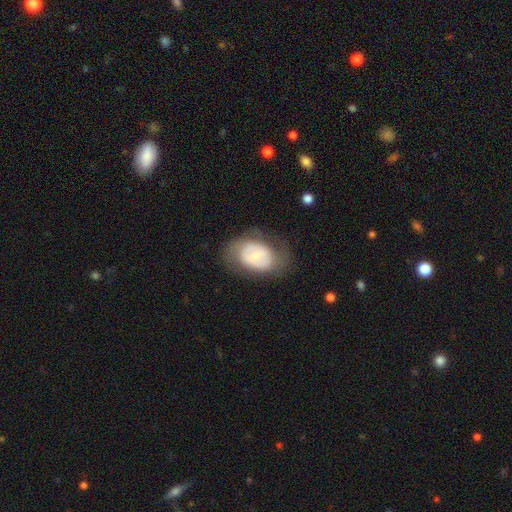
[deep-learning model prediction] Smooth or featured? featured or disk (47%)
Merging? none (62%)